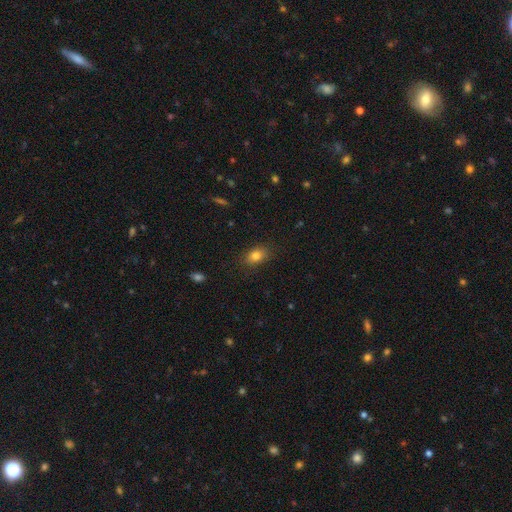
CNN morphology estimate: Smooth or featured: smooth — 82% (star or artifact — 10%)
How rounded: in between — 79% (round — 19%)
Merging: none — 85% (minor disturbance — 11%)